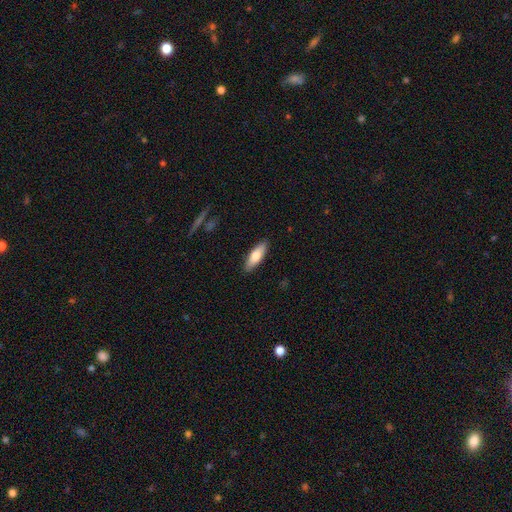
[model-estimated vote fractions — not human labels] smooth-or-featured: smooth: 74% | featured or disk: 20% | star or artifact: 6%
  how-rounded: in between: 59% | cigar-shaped: 39% | round: 2%
  merging: none: 89% | minor disturbance: 8% | major disturbance: 2% | merger: 1%